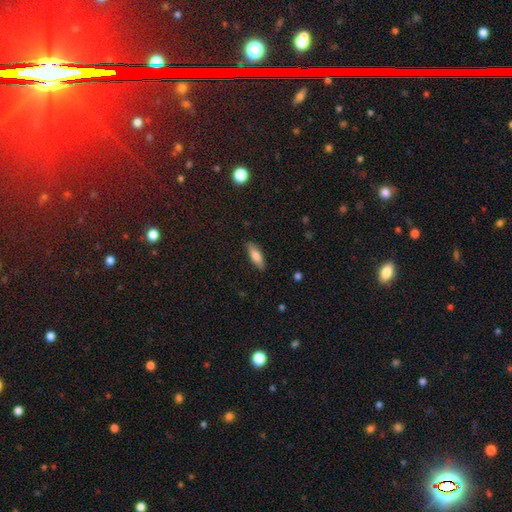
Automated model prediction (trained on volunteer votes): Q: Smooth or featured?
A: smooth (73%); runner-up: featured or disk (20%)
Q: How rounded?
A: in between (57%); runner-up: cigar-shaped (41%)
Q: Merging?
A: none (87%); runner-up: minor disturbance (10%)